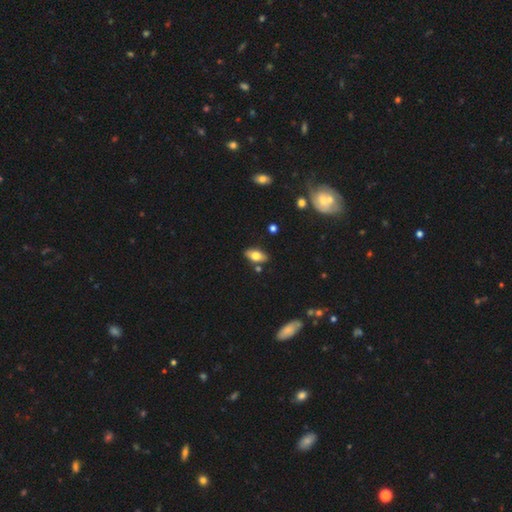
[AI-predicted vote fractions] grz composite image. It shows a smooth galaxy with no disk features (71%) that is in between round and cigar-shaped (88%). Merging: none (83%).